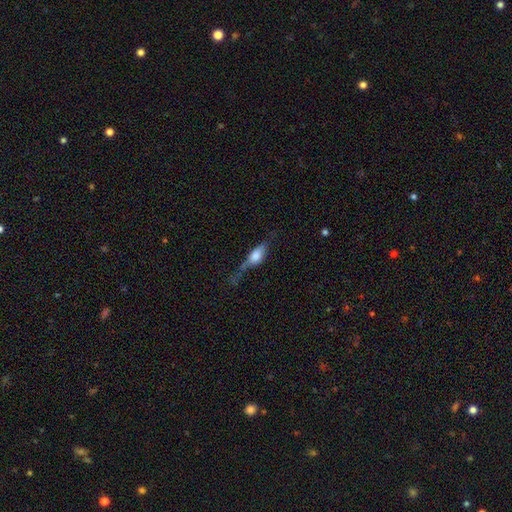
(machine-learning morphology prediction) A smooth galaxy with no disk features (55%) that is in between round and cigar-shaped (67%).

Vote fractions:
- Smooth or featured? smooth: 55% / featured or disk: 37% / star or artifact: 8%
- How rounded? in between: 67% / cigar-shaped: 27% / round: 6%
- Merging? none: 36% / minor disturbance: 32% / major disturbance: 27% / merger: 5%